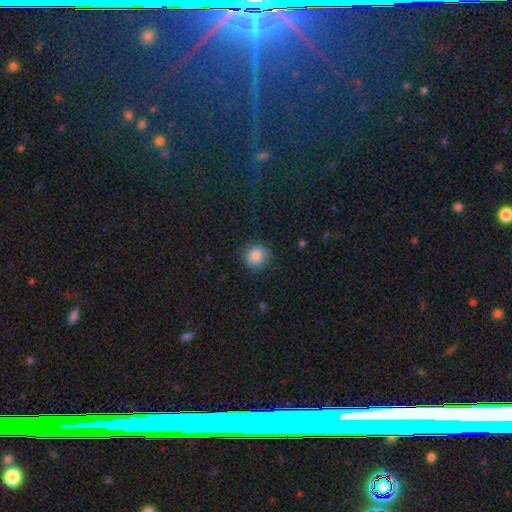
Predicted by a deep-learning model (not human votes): Overall: smooth (84%). How rounded: round (89%). Merging: none (81%).